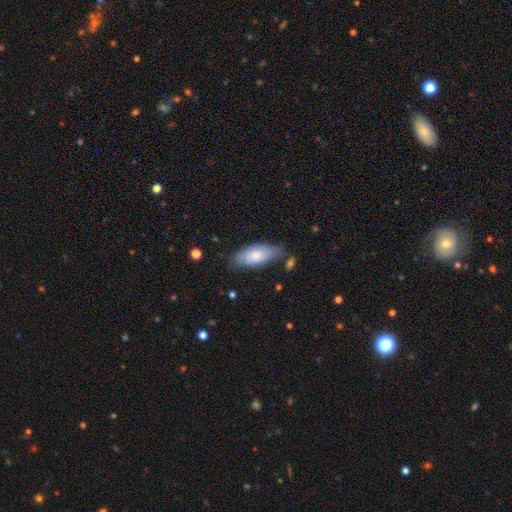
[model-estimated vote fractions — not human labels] A smooth galaxy with no disk features (76%) that is in between round and cigar-shaped (85%).

Vote fractions:
- Smooth or featured? smooth: 76% / featured or disk: 18% / star or artifact: 6%
- How rounded? in between: 85% / cigar-shaped: 13% / round: 2%
- Merging? none: 69% / minor disturbance: 23% / major disturbance: 5% / merger: 4%